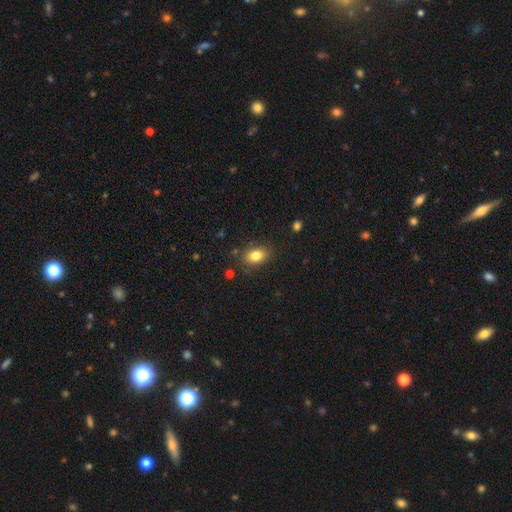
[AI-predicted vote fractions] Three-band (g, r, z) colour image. It shows a smooth galaxy with no disk features (83%) that is in between round and cigar-shaped (77%). Merging: none (83%).